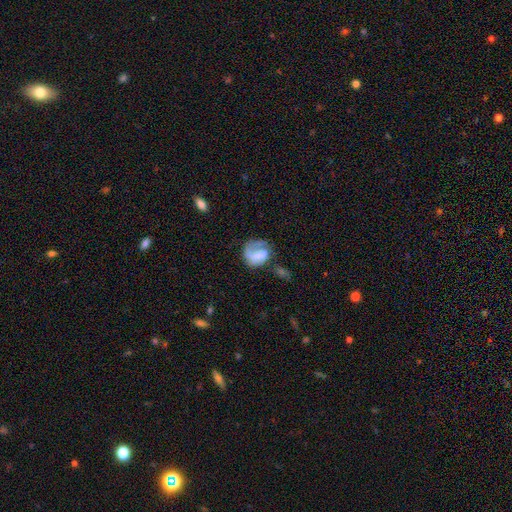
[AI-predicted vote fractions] Smooth or featured: featured or disk — 52% (smooth — 40%)
Edge-on disk: no — 98% (yes — 2%)
Bar: no — 43% (weak — 39%)
Spiral arms: yes — 73% (no — 27%)
Bulge size: none — 40% (small — 25%)
Merging: none — 37% (major disturbance — 33%)